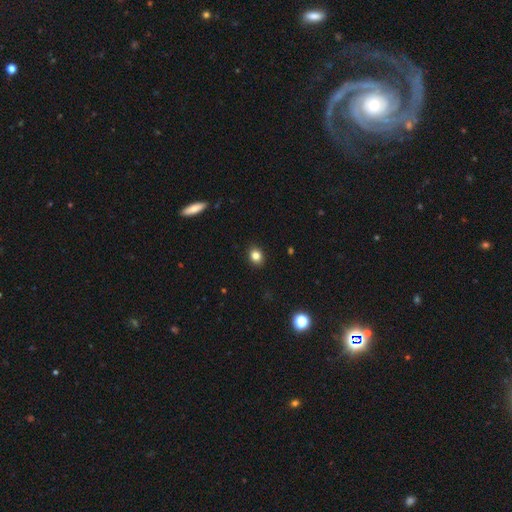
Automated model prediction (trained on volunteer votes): This is clearly a smooth galaxy (83%). How rounded: possibly round (58%). Merging: clearly none (90%).